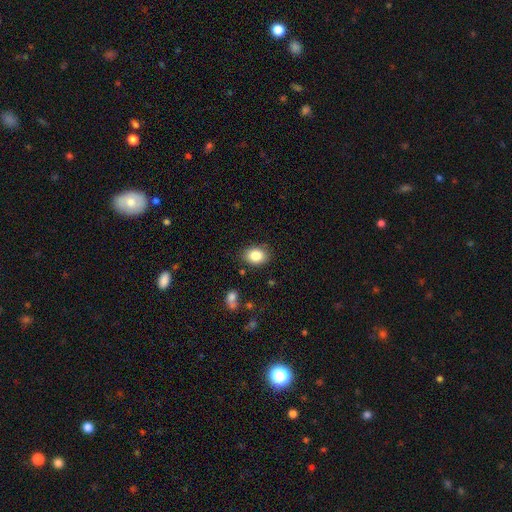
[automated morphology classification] This appears to be a smooth galaxy with no disk features (84%) that is in between round and cigar-shaped (69%). Merging: none (85%).